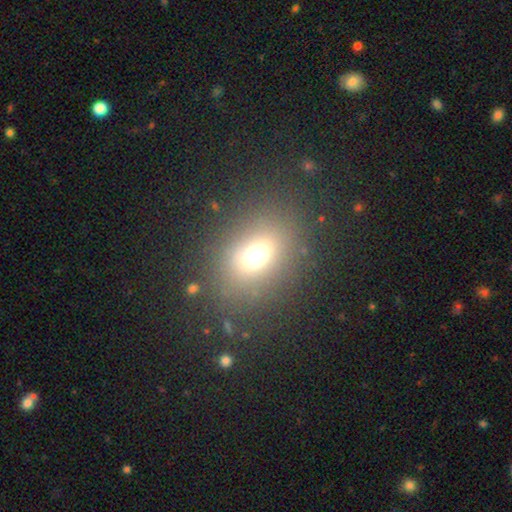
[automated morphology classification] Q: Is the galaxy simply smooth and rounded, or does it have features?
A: smooth — 62%.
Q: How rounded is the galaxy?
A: in between — 58%.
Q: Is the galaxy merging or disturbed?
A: none — 80%.